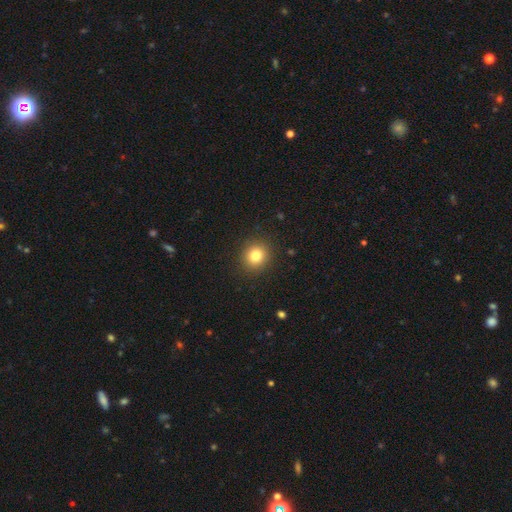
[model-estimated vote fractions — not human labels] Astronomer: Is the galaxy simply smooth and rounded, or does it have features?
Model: smooth — 81%.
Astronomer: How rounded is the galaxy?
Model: round — 82%.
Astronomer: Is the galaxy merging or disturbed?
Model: none — 90%.